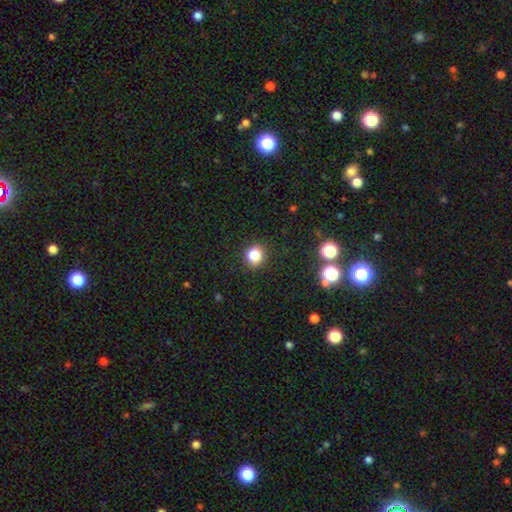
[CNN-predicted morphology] Smooth or featured: smooth — 81% (star or artifact — 13%)
How rounded: round — 78% (in between — 21%)
Merging: none — 89% (minor disturbance — 7%)